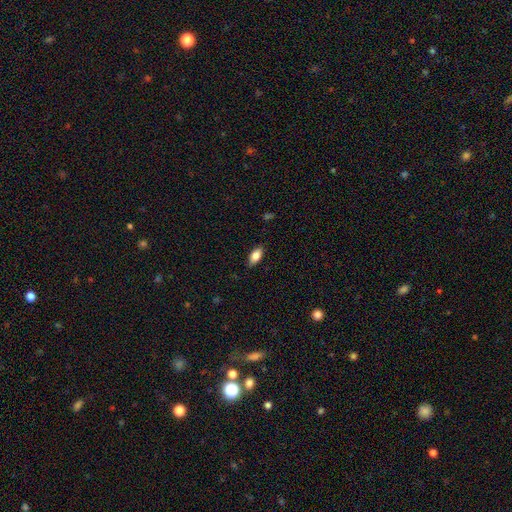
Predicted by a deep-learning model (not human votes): Smooth or featured: smooth — 82% (featured or disk — 11%)
How rounded: in between — 89% (cigar-shaped — 8%)
Merging: none — 85% (minor disturbance — 11%)